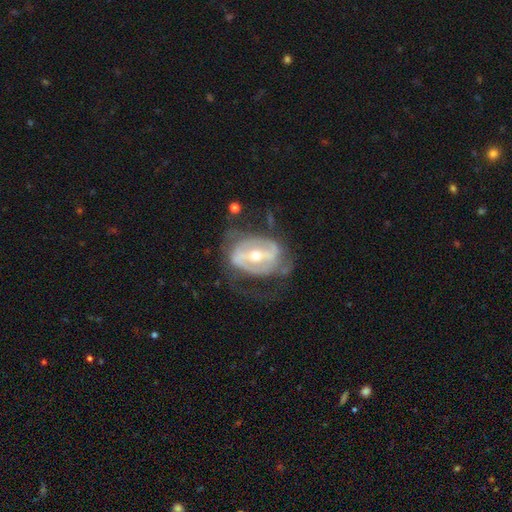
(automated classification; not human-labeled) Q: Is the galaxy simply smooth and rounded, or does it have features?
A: featured or disk — 85%.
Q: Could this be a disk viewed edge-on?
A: no — 95%.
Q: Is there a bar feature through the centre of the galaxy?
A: strong — 60%.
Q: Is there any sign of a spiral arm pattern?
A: yes — 74%.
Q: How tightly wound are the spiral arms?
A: medium — 40%.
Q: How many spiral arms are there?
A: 2 — 64%.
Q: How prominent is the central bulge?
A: moderate — 55%.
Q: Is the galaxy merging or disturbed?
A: none — 53%.